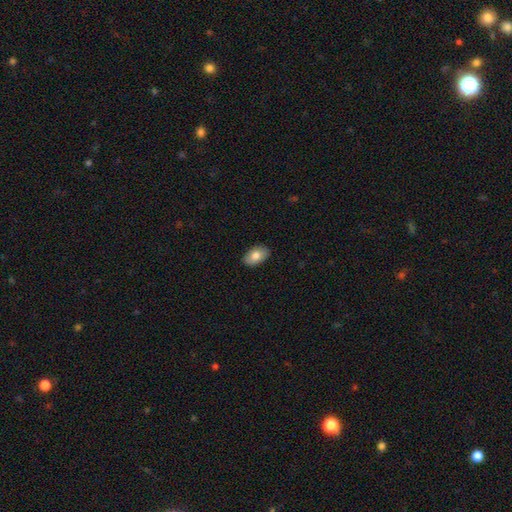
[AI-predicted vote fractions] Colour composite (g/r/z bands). It shows a smooth galaxy with no disk features (80%) that is in between round and cigar-shaped (92%). Merging: none (88%).